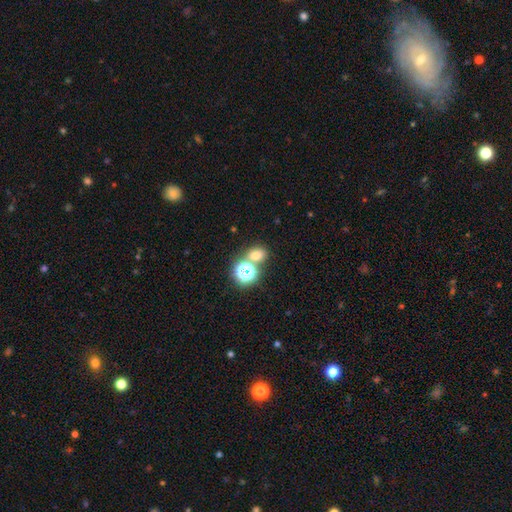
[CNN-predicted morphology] A smooth galaxy with no disk features (67%) that is round (56%).

Vote fractions:
- Smooth or featured? smooth: 67% / star or artifact: 25% / featured or disk: 8%
- How rounded? round: 56% / in between: 43% / cigar-shaped: 1%
- Merging? none: 62% / merger: 26% / minor disturbance: 9% / major disturbance: 4%